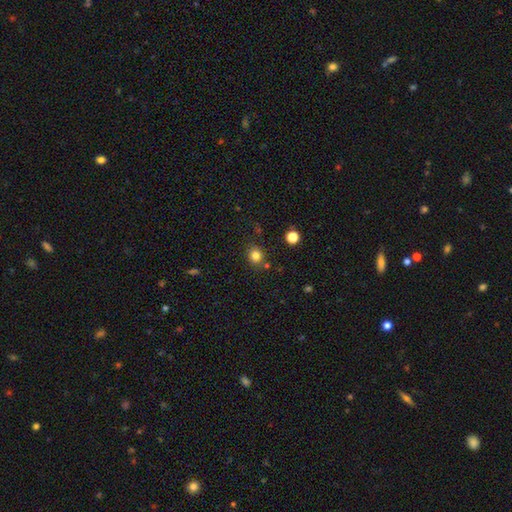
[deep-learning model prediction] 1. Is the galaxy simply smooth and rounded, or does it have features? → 81% smooth, 13% star or artifact, 5% featured or disk.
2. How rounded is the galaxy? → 80% round, 19% in between, 1% cigar-shaped.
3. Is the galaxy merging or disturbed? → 82% none, 10% minor disturbance, 6% merger, 3% major disturbance.